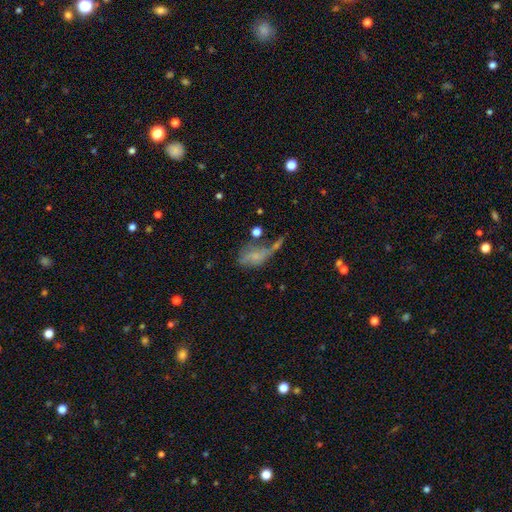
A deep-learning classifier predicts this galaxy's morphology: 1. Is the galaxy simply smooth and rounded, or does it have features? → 48% smooth, 38% featured or disk, 14% star or artifact.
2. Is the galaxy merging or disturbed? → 34% major disturbance, 25% none, 20% merger, 20% minor disturbance.